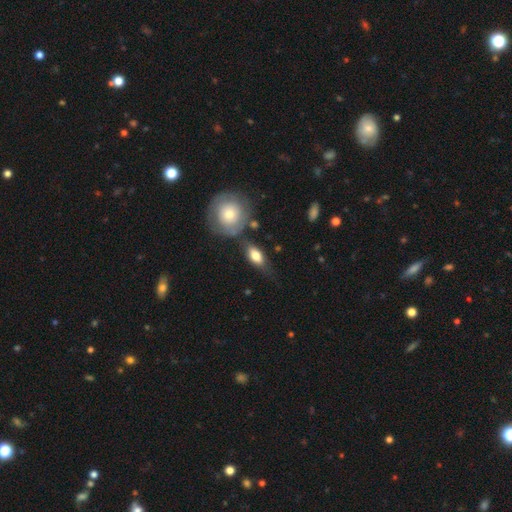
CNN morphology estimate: smooth-or-featured: smooth: 75% | featured or disk: 19% | star or artifact: 6%
  how-rounded: in between: 83% | cigar-shaped: 8% | round: 8%
  merging: none: 59% | minor disturbance: 23% | merger: 10% | major disturbance: 8%